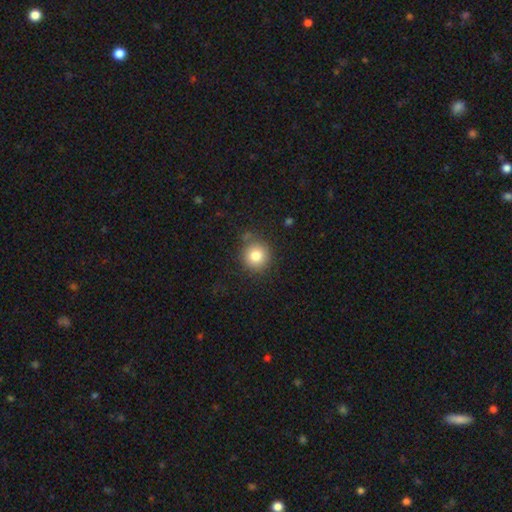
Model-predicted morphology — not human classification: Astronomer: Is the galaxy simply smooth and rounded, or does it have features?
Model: smooth — 81%.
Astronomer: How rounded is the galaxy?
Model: round — 91%.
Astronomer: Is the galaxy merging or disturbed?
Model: none — 82%.